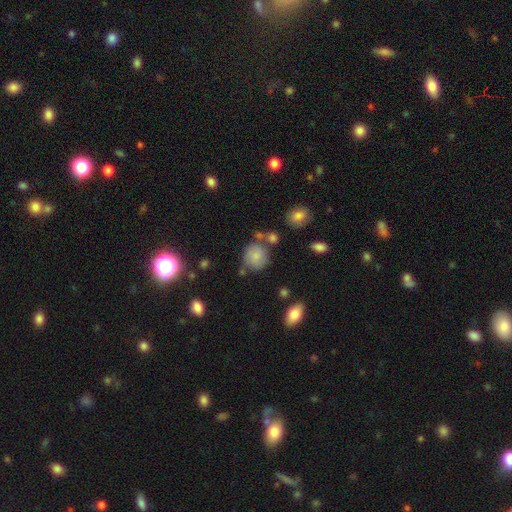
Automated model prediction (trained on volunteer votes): This is likely a smooth galaxy (79%). How rounded: likely round (80%). Merging: likely none (63%).